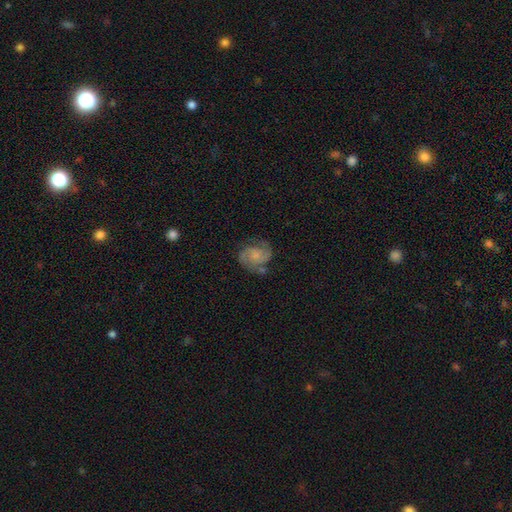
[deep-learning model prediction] This appears to be a featured or disk galaxy (72%) with no bar (68%), 2 (82%) medium (50%) spiral arms (94%) and a small central bulge (47%). Merging: none (64%).